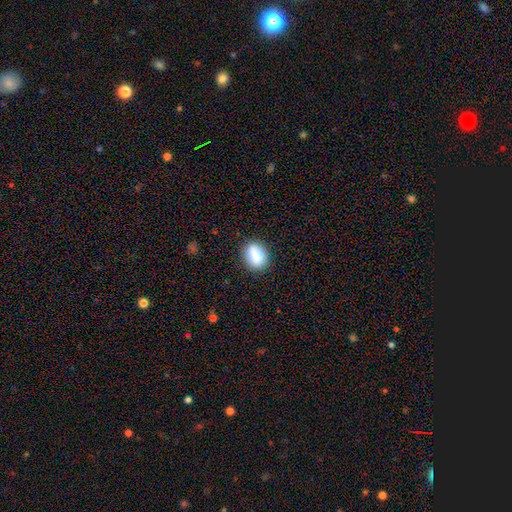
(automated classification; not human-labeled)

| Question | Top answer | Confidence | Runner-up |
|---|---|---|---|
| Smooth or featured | smooth | 77% | featured or disk (14%) |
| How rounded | in between | 57% | round (39%) |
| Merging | none | 81% | minor disturbance (13%) |